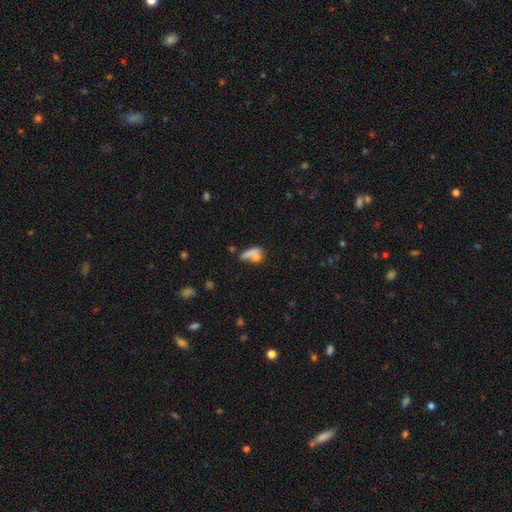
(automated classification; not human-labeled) Smooth or featured: smooth — 68% (featured or disk — 20%)
How rounded: in between — 55% (cigar-shaped — 24%)
Merging: merger — 43% (none — 31%)